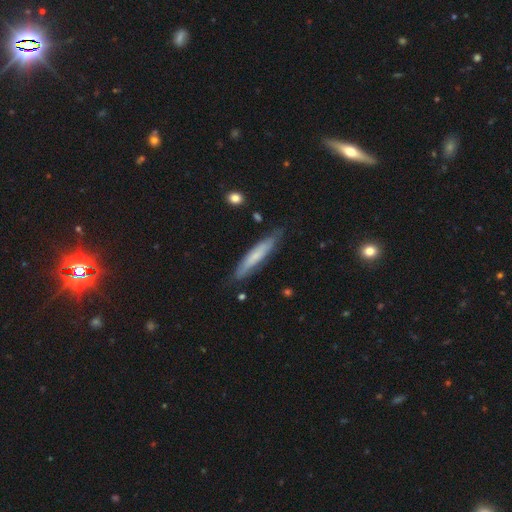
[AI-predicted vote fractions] A smooth galaxy with no disk features (56%) that is cigar-shaped (90%).

Vote fractions:
- Smooth or featured? smooth: 56% / featured or disk: 38% / star or artifact: 6%
- How rounded? cigar-shaped: 90% / in between: 9% / round: 1%
- Merging? none: 79% / minor disturbance: 16% / major disturbance: 3% / merger: 2%